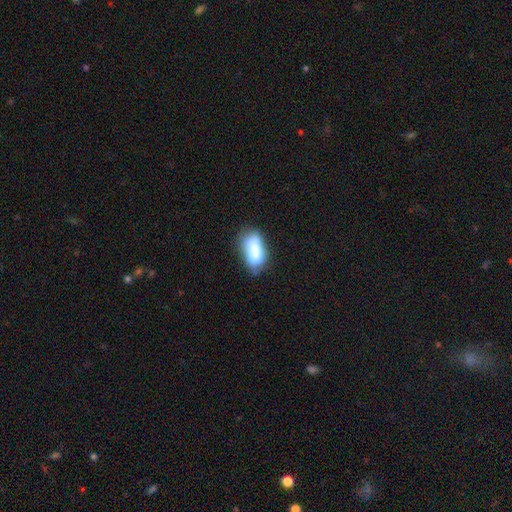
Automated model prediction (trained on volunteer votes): A smooth galaxy with no disk features (73%) that is in between round and cigar-shaped (83%).

Vote fractions:
- Smooth or featured? smooth: 73% / featured or disk: 18% / star or artifact: 9%
- How rounded? in between: 83% / cigar-shaped: 11% / round: 5%
- Merging? none: 45% / minor disturbance: 29% / merger: 14% / major disturbance: 12%